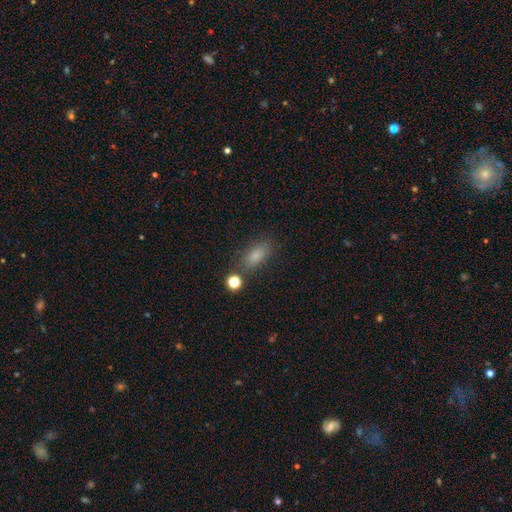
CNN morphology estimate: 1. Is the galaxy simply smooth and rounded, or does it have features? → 80% smooth, 12% star or artifact, 8% featured or disk.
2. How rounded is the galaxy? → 81% in between, 11% cigar-shaped, 8% round.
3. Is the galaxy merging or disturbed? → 73% none, 15% minor disturbance, 7% merger, 6% major disturbance.